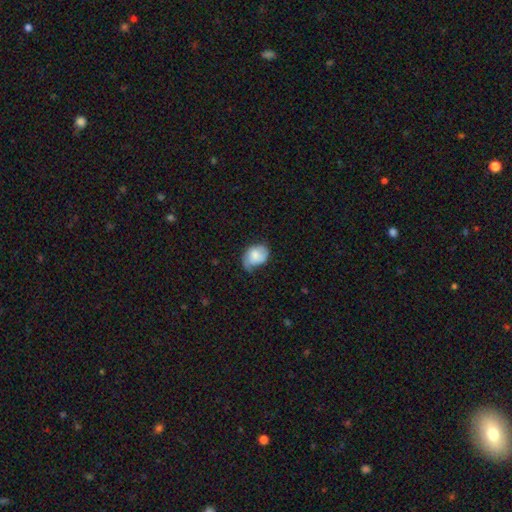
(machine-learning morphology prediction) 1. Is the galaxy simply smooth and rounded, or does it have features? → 60% smooth, 33% featured or disk, 7% star or artifact.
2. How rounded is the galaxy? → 72% in between, 27% round, 1% cigar-shaped.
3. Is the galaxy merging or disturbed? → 45% none, 39% minor disturbance, 14% major disturbance, 2% merger.